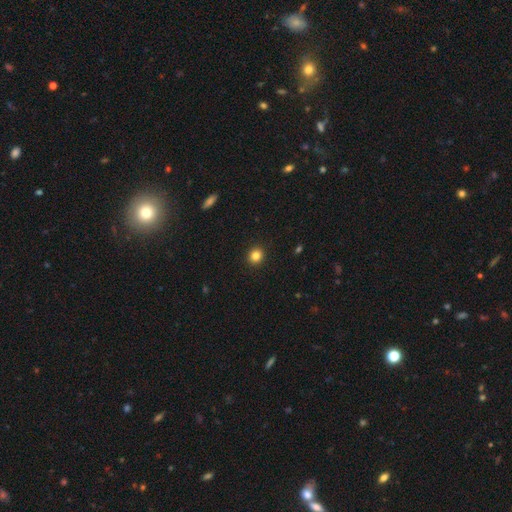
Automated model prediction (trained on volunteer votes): Q: Smooth or featured?
A: smooth (83%); runner-up: star or artifact (12%)
Q: How rounded?
A: round (88%); runner-up: in between (11%)
Q: Merging?
A: none (93%); runner-up: minor disturbance (5%)